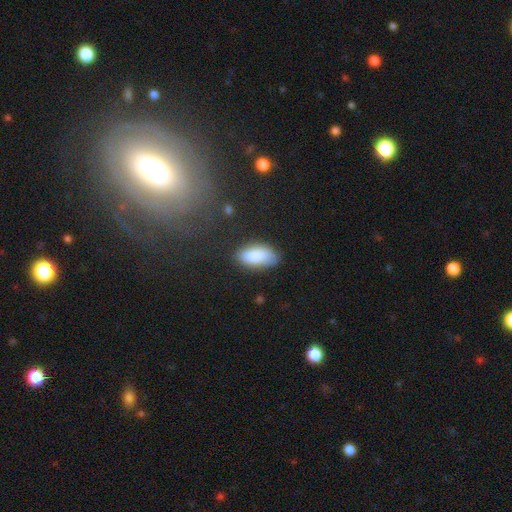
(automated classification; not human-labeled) Q: Smooth or featured?
A: smooth (83%); runner-up: featured or disk (10%)
Q: How rounded?
A: in between (91%); runner-up: cigar-shaped (7%)
Q: Merging?
A: none (77%); runner-up: minor disturbance (17%)